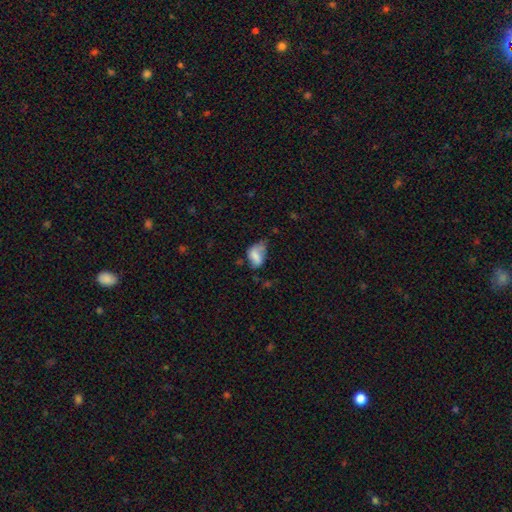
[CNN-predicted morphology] Q: Smooth or featured?
A: smooth (68%); runner-up: featured or disk (22%)
Q: How rounded?
A: in between (81%); runner-up: round (17%)
Q: Merging?
A: minor disturbance (38%); runner-up: none (30%)